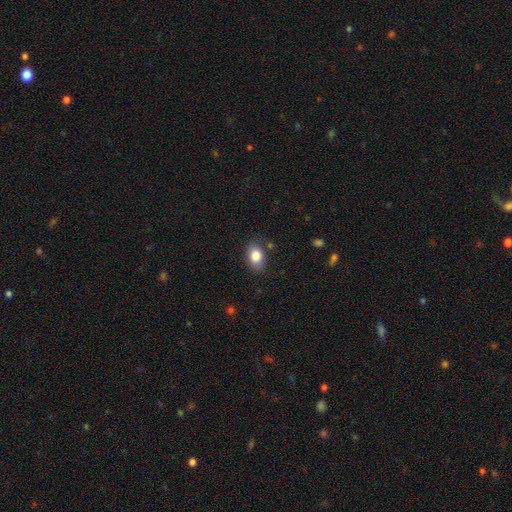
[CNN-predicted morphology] A smooth galaxy with no disk features (82%) that is in between round and cigar-shaped (82%). Merging: none (79%).